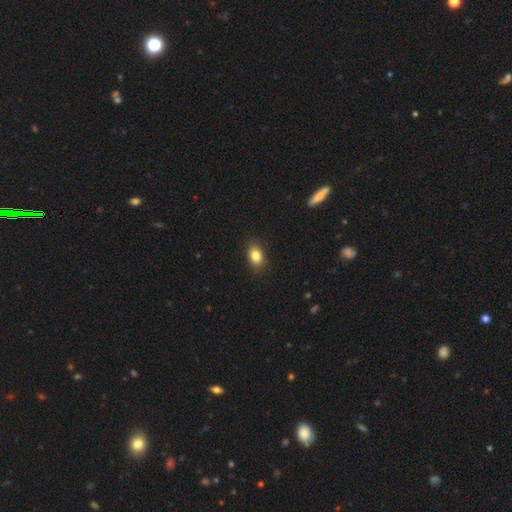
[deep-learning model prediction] Morphology: type=smooth (84%); roundness=in between (76%); merging=none (87%).